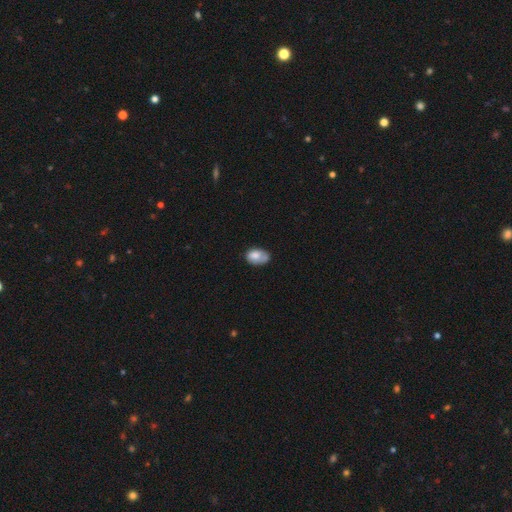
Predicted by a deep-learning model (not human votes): Smooth or featured? smooth (74%)
How rounded? in between (84%)
Merging? none (49%)